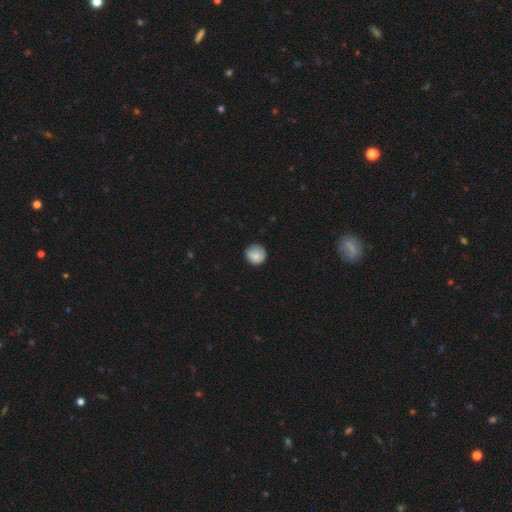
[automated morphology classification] Q: Smooth or featured?
A: smooth (83%); runner-up: featured or disk (9%)
Q: How rounded?
A: round (92%); runner-up: in between (7%)
Q: Merging?
A: none (79%); runner-up: minor disturbance (17%)